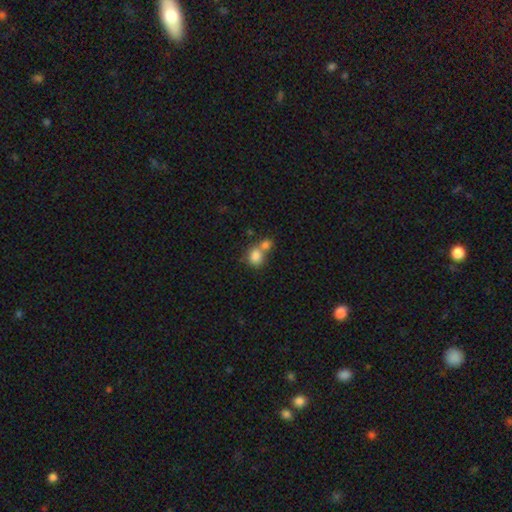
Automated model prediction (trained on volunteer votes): A smooth galaxy with no disk features (81%) that is round (65%). Merging: merger (53%).